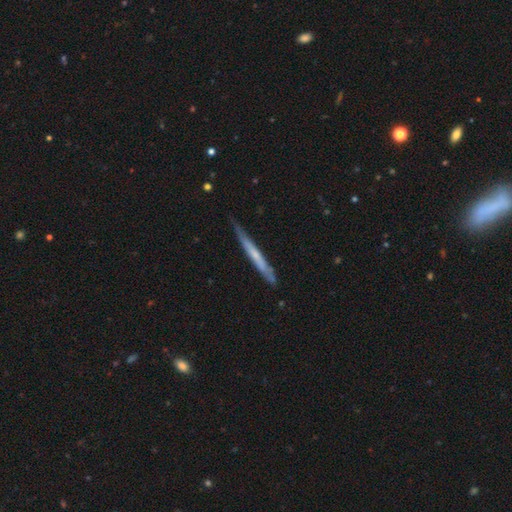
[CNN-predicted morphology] featured or disk 53%, smooth 41%, star or artifact 5%. Down the decision tree: edge-on disk — yes (93%); merging — none (79%).